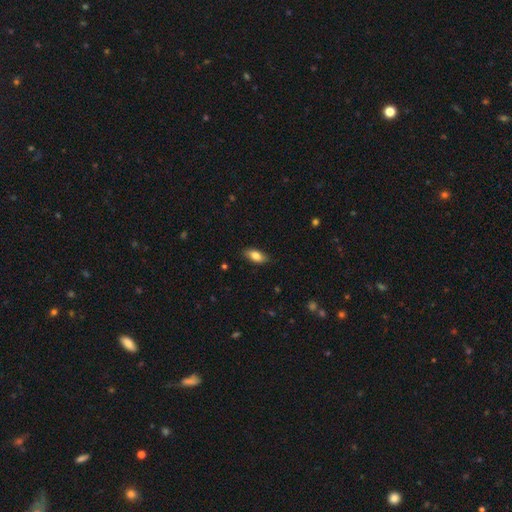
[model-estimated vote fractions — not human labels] This appears to be a smooth galaxy with no disk features (81%) that is in between round and cigar-shaped (87%). Merging: none (85%).